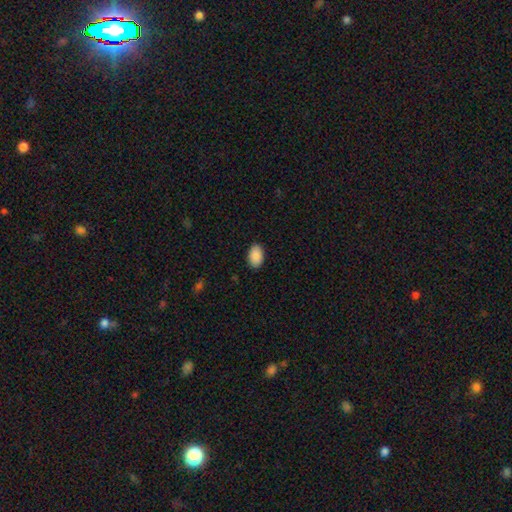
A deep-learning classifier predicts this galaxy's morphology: Smooth or featured?
  - smooth: 90% *
  - star or artifact: 7%
  - featured or disk: 3%
How rounded?
  - in between: 92% *
  - round: 7%
  - cigar-shaped: 1%
Merging?
  - none: 89% *
  - minor disturbance: 8%
  - major disturbance: 2%
  - merger: 1%